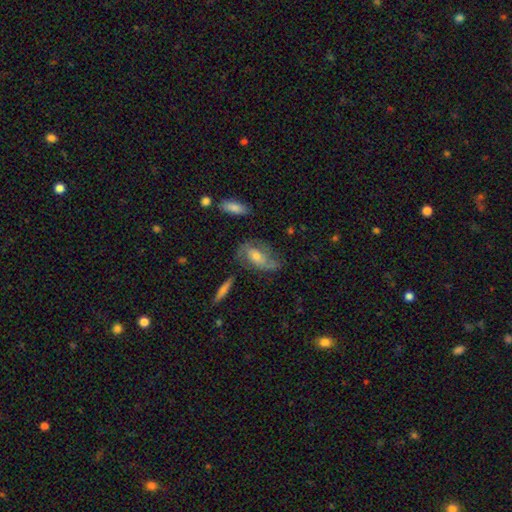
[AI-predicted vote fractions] This is likely a featured or disk galaxy (70%). It is clearly not viewed edge-on (92%). Bar: possibly no (49%). Spiral arm pattern: clearly yes (88%). Spiral arm count: likely 2 (64%). Spiral winding: marginally medium (43%). Central bulge: possibly moderate (53%). Merging: likely none (63%).